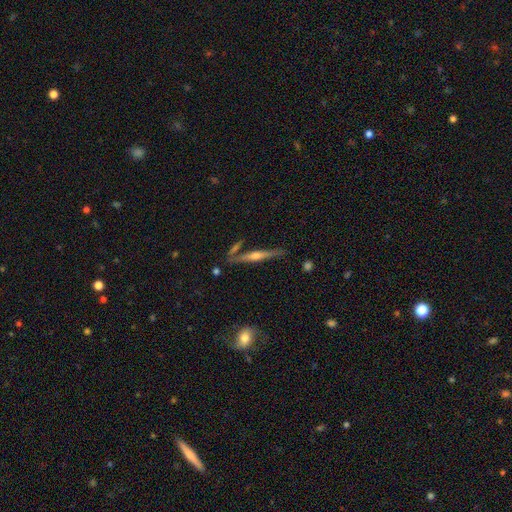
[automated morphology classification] This appears to be a featured or disk galaxy (74%) viewed edge-on (97%) with a rounded central bulge (86%). Merging: none (79%).